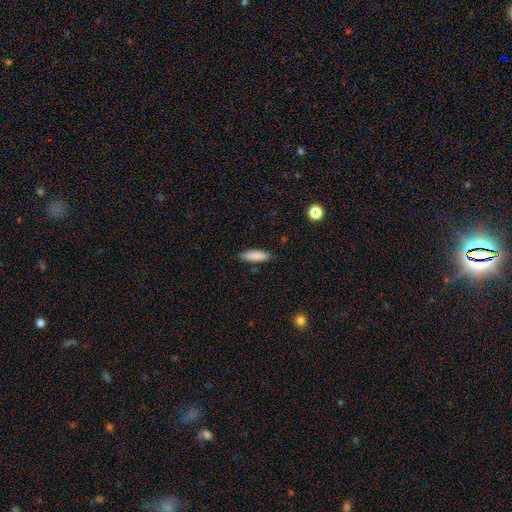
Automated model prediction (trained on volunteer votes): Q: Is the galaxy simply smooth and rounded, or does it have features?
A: smooth — 86%.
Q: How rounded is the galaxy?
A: cigar-shaped — 60%.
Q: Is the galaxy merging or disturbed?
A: none — 85%.